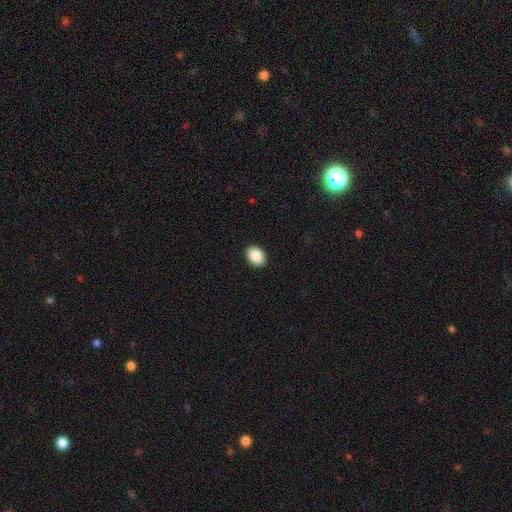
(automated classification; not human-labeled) A smooth galaxy with no disk features (88%) that is in between round and cigar-shaped (77%).

Vote fractions:
- Smooth or featured? smooth: 88% / star or artifact: 7% / featured or disk: 4%
- How rounded? in between: 77% / round: 22% / cigar-shaped: 1%
- Merging? none: 91% / minor disturbance: 6% / major disturbance: 2% / merger: 1%